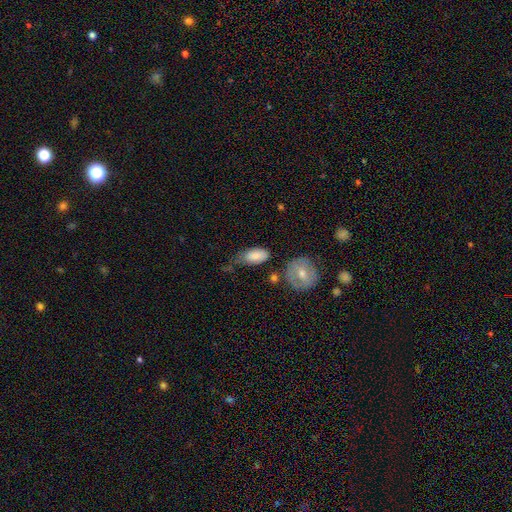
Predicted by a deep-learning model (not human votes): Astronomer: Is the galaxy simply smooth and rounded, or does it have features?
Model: smooth — 83%.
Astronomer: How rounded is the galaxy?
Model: in between — 91%.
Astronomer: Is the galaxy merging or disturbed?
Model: none — 42% (runner-up: minor disturbance, 35%).